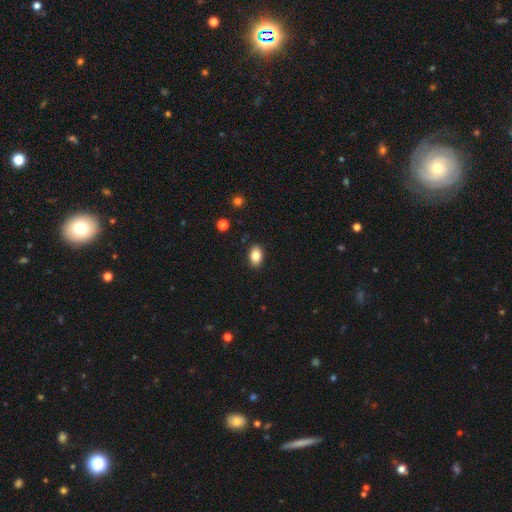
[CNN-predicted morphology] smooth-or-featured: smooth: 85% | star or artifact: 8% | featured or disk: 7%
  how-rounded: in between: 87% | round: 11% | cigar-shaped: 1%
  merging: none: 89% | minor disturbance: 8% | major disturbance: 2% | merger: 1%